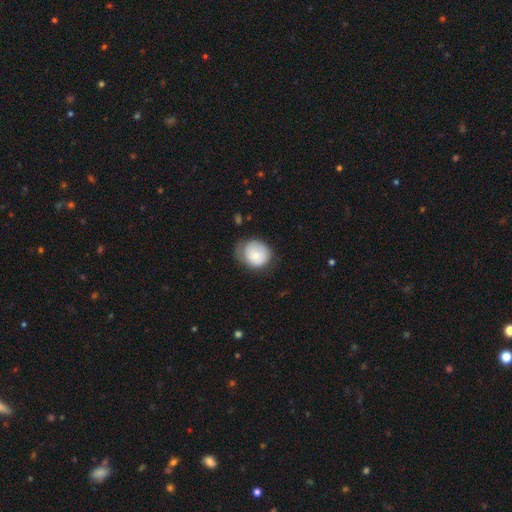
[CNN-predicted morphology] smooth_or_featured: smooth (p=0.67) [alt: featured or disk p=0.26]
how_rounded: round (p=0.67) [alt: in between p=0.32]
merging: none (p=0.47) [alt: minor disturbance p=0.36]